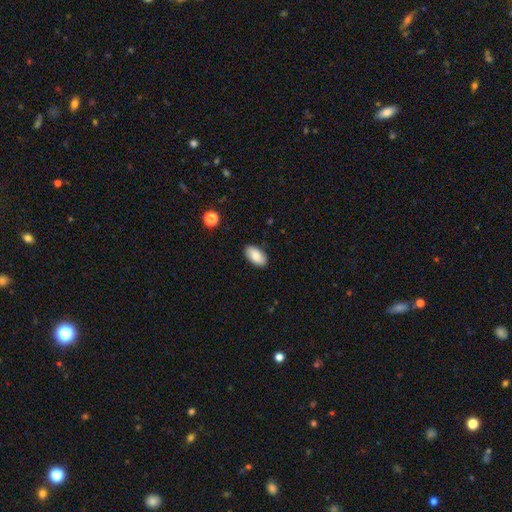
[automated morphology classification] Smooth or featured: smooth — 84% (featured or disk — 10%)
How rounded: in between — 95% (round — 3%)
Merging: none — 88% (minor disturbance — 9%)